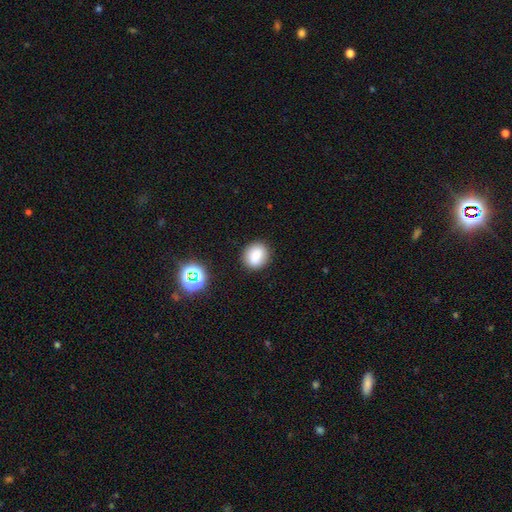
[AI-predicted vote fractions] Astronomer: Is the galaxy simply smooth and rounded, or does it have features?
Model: smooth — 84%.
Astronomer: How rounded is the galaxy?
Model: round — 62%.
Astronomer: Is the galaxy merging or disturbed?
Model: none — 86%.